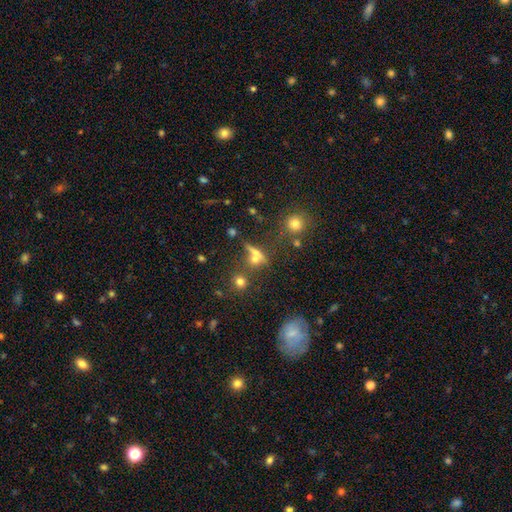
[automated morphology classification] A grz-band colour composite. It shows a smooth galaxy with no disk features (50%). Merging: none (53%).